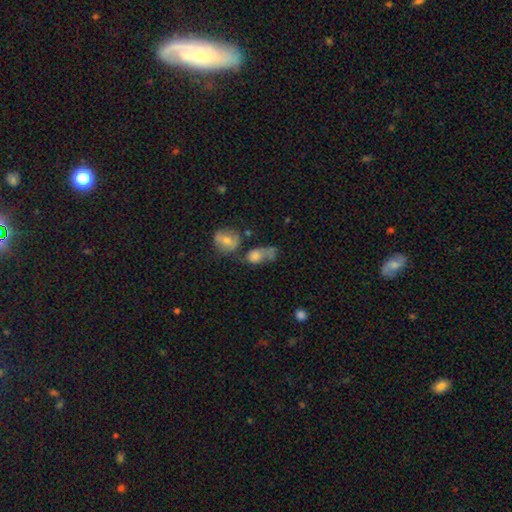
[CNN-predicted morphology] A smooth galaxy with no disk features (68%) that is in between round and cigar-shaped (63%). Merging: merger (27%).